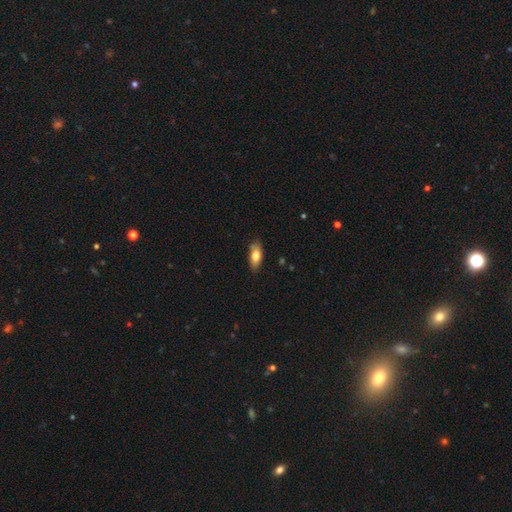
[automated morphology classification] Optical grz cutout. It shows a smooth galaxy with no disk features (74%) that is in between round and cigar-shaped (76%). Merging: none (81%).